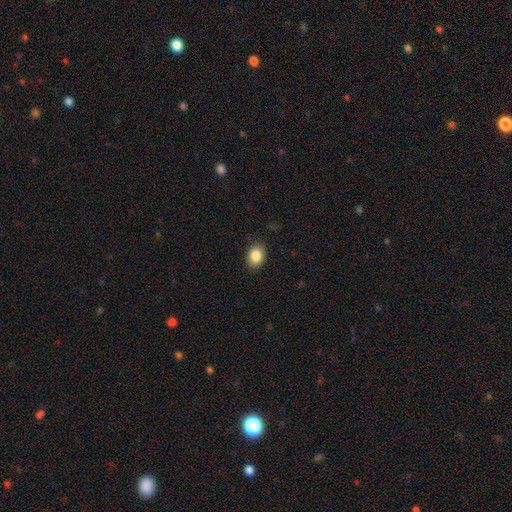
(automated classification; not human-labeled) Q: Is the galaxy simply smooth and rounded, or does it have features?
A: smooth — 86%.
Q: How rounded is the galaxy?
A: in between — 66%.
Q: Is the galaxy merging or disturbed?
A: none — 88%.